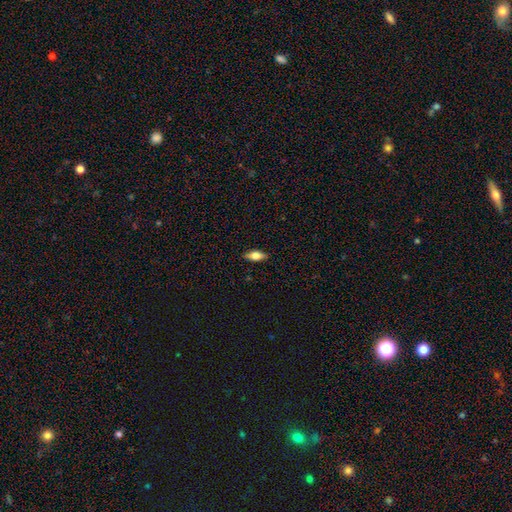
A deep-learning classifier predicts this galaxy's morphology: smooth-or-featured: smooth: 65% | featured or disk: 28% | star or artifact: 7%
  how-rounded: in between: 76% | cigar-shaped: 20% | round: 3%
  merging: none: 88% | minor disturbance: 9% | major disturbance: 2% | merger: 1%